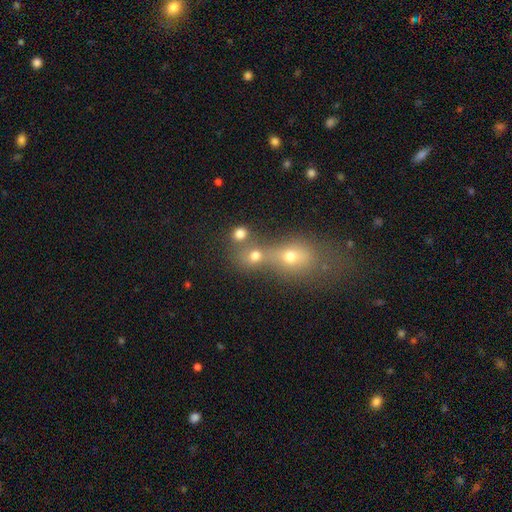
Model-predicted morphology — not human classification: The model was most divided on "merging": merger: 56%, none: 31%, minor disturbance: 7%, major disturbance: 6%. More confident: how rounded — round (66%); smooth or featured — smooth (63%).